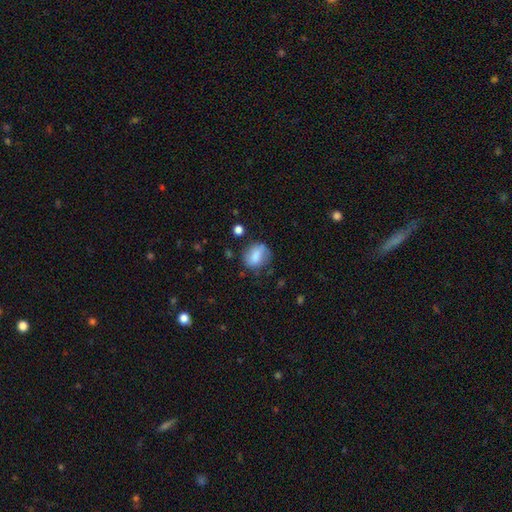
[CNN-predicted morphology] type=smooth (76%); roundness=in between (51%); merging=none (59%).